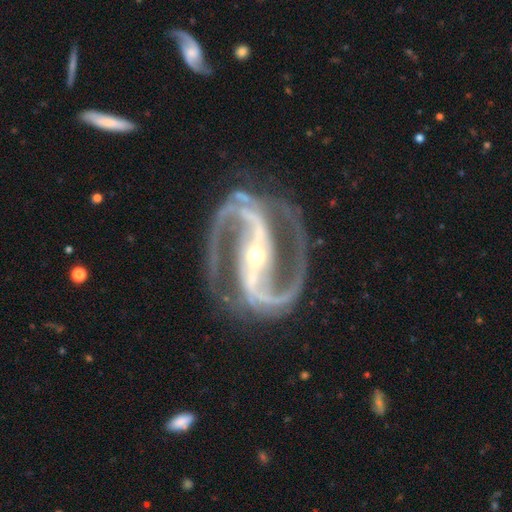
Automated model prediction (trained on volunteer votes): Q: Smooth or featured?
A: featured or disk (94%); runner-up: star or artifact (4%)
Q: Edge-on disk?
A: no (98%); runner-up: yes (2%)
Q: Bar?
A: strong (77%); runner-up: weak (15%)
Q: Spiral arms?
A: yes (99%); runner-up: no (1%)
Q: Spiral winding?
A: medium (63%); runner-up: tight (24%)
Q: Spiral arm count?
A: 2 (94%); runner-up: 3 (1%)
Q: Bulge size?
A: small (58%); runner-up: moderate (39%)
Q: Merging?
A: none (82%); runner-up: minor disturbance (11%)